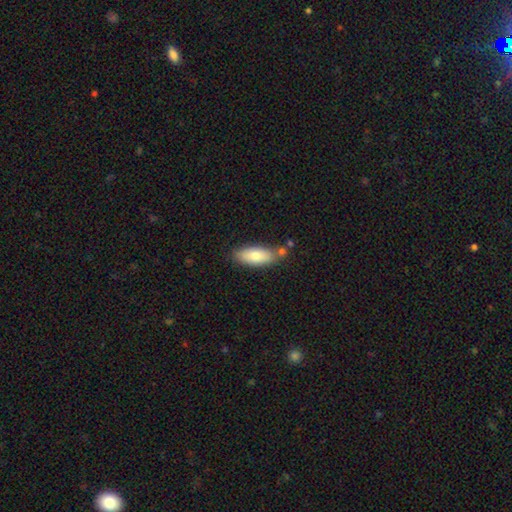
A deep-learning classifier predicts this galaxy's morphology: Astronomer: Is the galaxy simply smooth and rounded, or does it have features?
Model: smooth — 78%.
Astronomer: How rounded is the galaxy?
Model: in between — 79%.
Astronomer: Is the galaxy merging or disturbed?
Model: none — 70%.